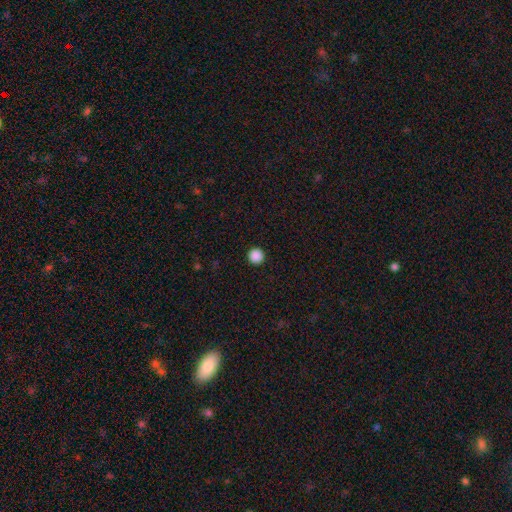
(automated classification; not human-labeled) smooth 88%, star or artifact 10%, featured or disk 2%. Down the decision tree: how rounded — round (96%); merging — none (94%).